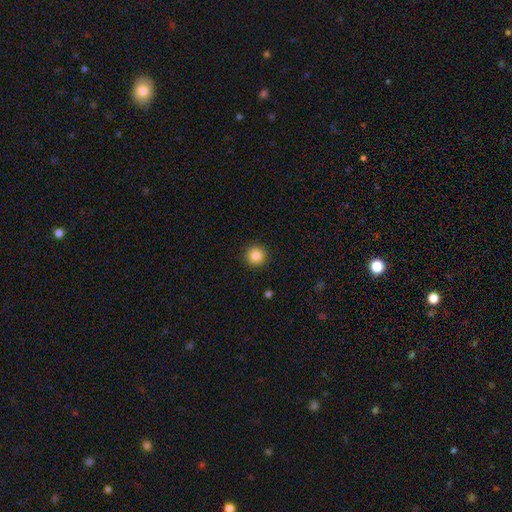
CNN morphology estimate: Smooth or featured: smooth — 85% (star or artifact — 11%)
How rounded: round — 95% (in between — 4%)
Merging: none — 92% (minor disturbance — 5%)